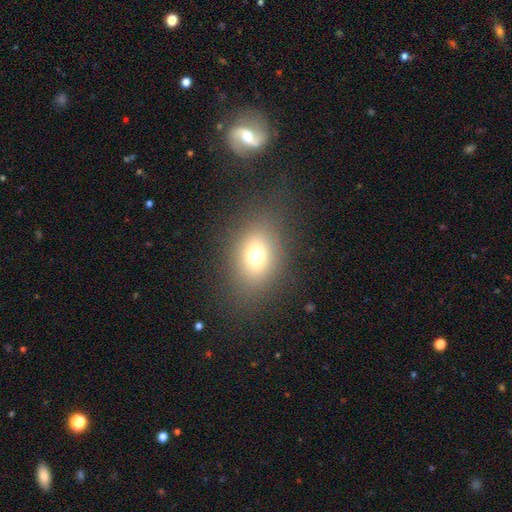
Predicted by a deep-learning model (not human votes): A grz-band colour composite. It shows a smooth galaxy with no disk features (70%) that is in between round and cigar-shaped (58%). Merging: none (81%).